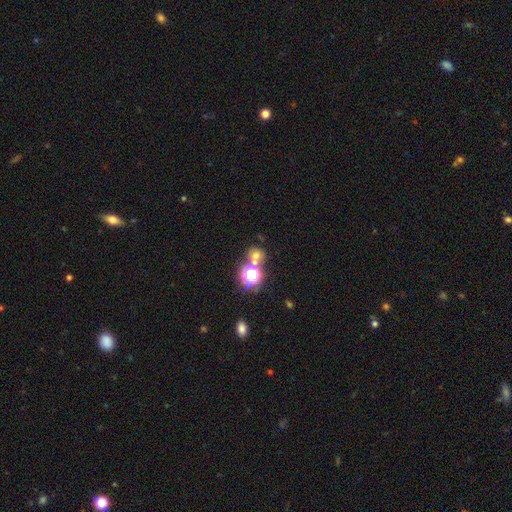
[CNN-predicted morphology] Overall: smooth (56%; star or artifact 34%). How rounded: round (82%). Merging: none (59%; merger 28%).